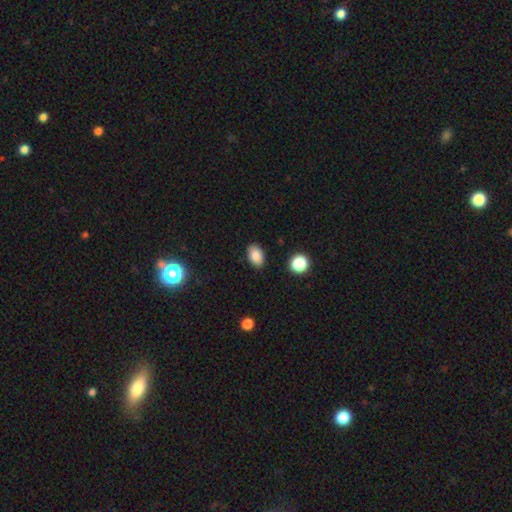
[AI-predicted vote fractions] Smooth or featured: smooth — 86% (star or artifact — 9%)
How rounded: in between — 87% (round — 11%)
Merging: none — 86% (minor disturbance — 10%)